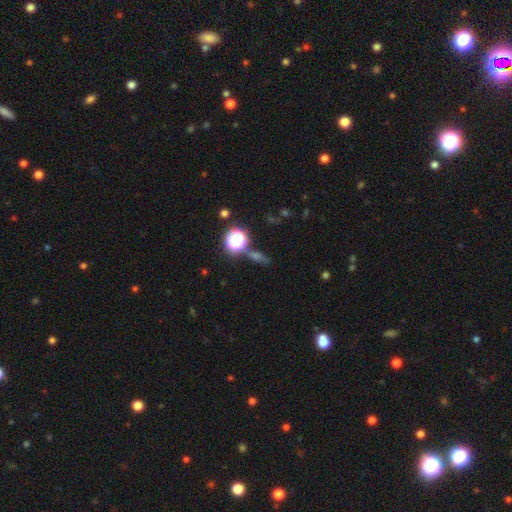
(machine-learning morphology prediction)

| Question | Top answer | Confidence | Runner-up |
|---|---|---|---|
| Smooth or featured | star or artifact | 56% | smooth (32%) |